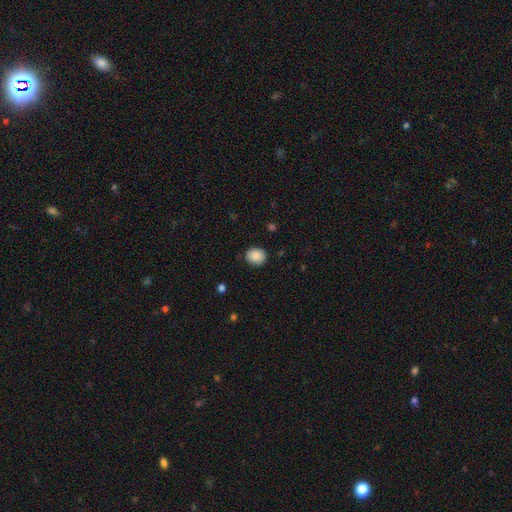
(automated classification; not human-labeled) Smooth or featured? smooth (88%)
How rounded? round (65%)
Merging? none (84%)